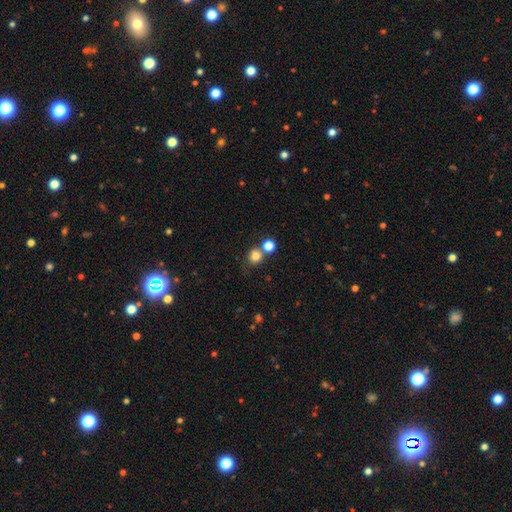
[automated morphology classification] smooth 80%, star or artifact 13%, featured or disk 7%. Down the decision tree: how rounded — round (83%); merging — none (57%).